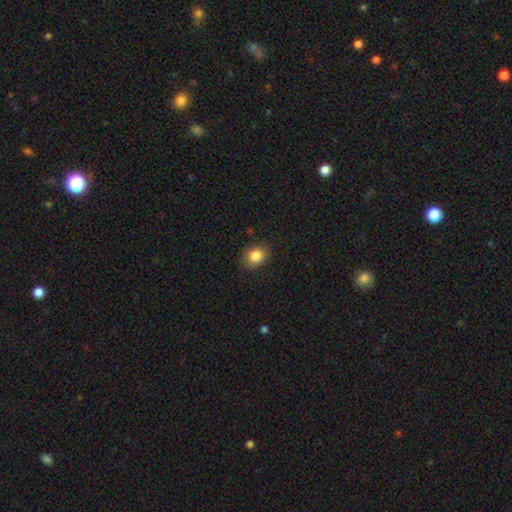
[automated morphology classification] smooth_or_featured: smooth (p=0.85) [alt: star or artifact p=0.09]
how_rounded: in between (p=0.53) [alt: round p=0.46]
merging: none (p=0.85) [alt: minor disturbance p=0.12]